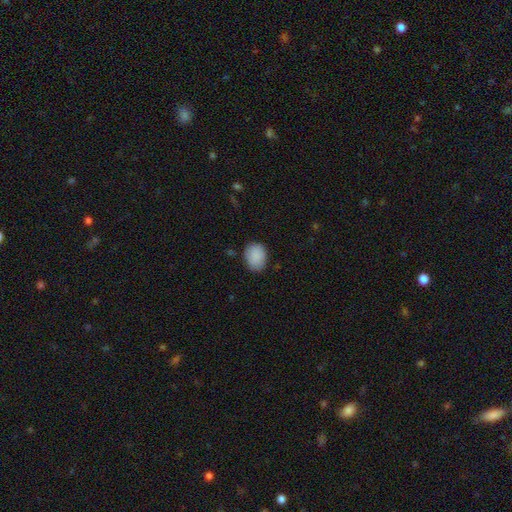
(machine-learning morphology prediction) smooth_or_featured: smooth (p=0.88) [alt: star or artifact p=0.07]
how_rounded: in between (p=0.61) [alt: round p=0.38]
merging: none (p=0.75) [alt: minor disturbance p=0.20]